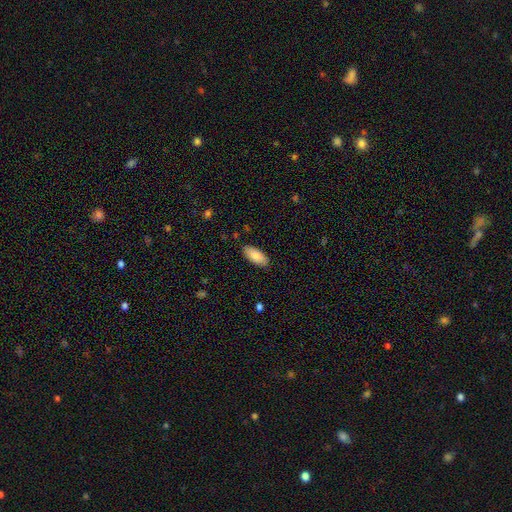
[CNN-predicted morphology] Smooth or featured: smooth — 85% (featured or disk — 9%)
How rounded: in between — 88% (cigar-shaped — 11%)
Merging: none — 87% (minor disturbance — 10%)